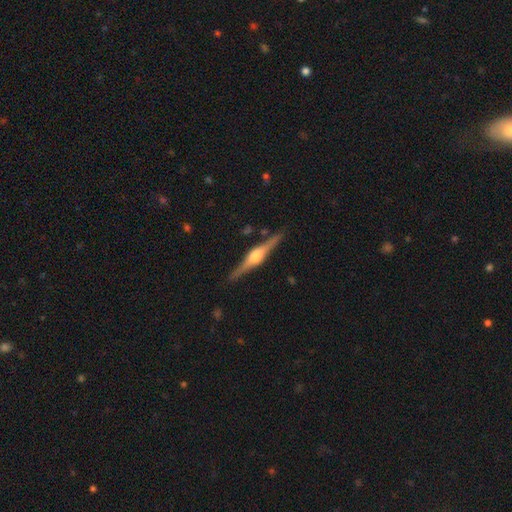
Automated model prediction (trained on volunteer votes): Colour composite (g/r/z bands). It shows a featured or disk galaxy (81%) viewed edge-on (98%) with a rounded central bulge (87%). Merging: none (88%).